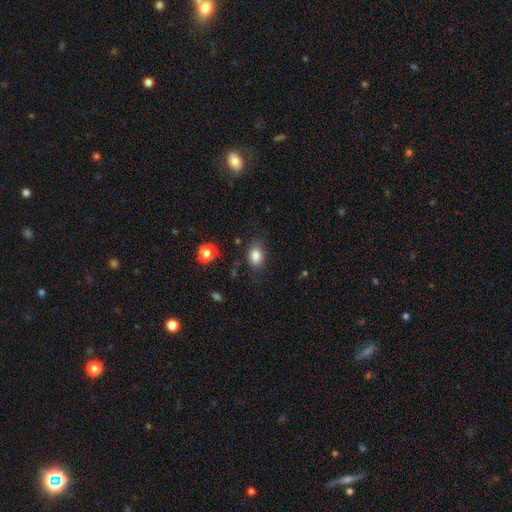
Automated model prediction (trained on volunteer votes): Smooth or featured?
  - smooth: 84% *
  - star or artifact: 9%
  - featured or disk: 6%
How rounded?
  - in between: 77% *
  - round: 21%
  - cigar-shaped: 1%
Merging?
  - none: 78% *
  - minor disturbance: 15%
  - major disturbance: 4%
  - merger: 2%